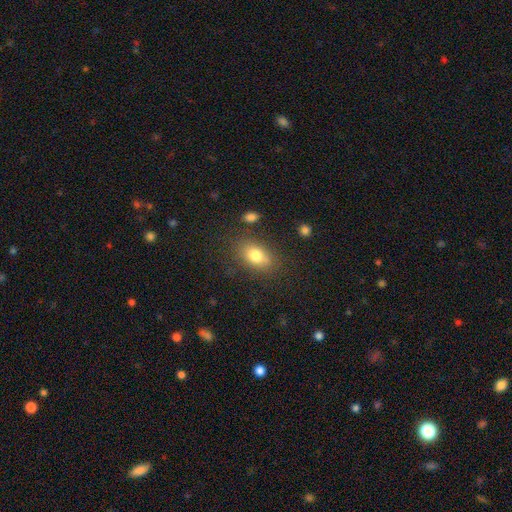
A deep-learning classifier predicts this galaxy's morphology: smooth_or_featured: smooth (p=0.79) [alt: featured or disk p=0.11]
how_rounded: in between (p=0.83) [alt: round p=0.15]
merging: none (p=0.75) [alt: minor disturbance p=0.16]